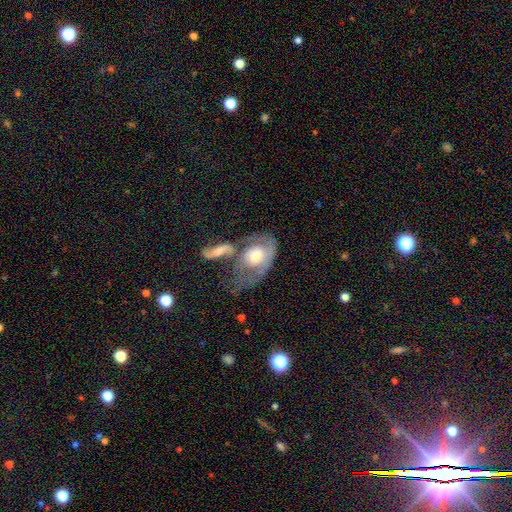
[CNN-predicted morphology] Q: Smooth or featured?
A: featured or disk (64%); runner-up: smooth (30%)
Q: Edge-on disk?
A: no (94%); runner-up: yes (6%)
Q: Bar?
A: no (72%); runner-up: weak (22%)
Q: Spiral arms?
A: yes (70%); runner-up: no (30%)
Q: Bulge size?
A: moderate (60%); runner-up: large (21%)
Q: Merging?
A: merger (42%); runner-up: major disturbance (29%)